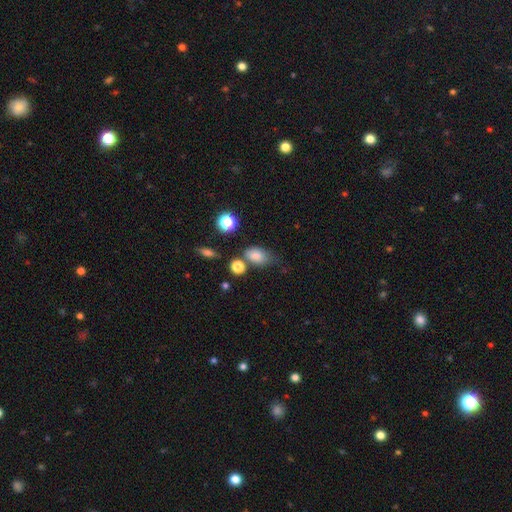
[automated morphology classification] A smooth galaxy with no disk features (80%) that is in between round and cigar-shaped (82%). Merging: none (52%).